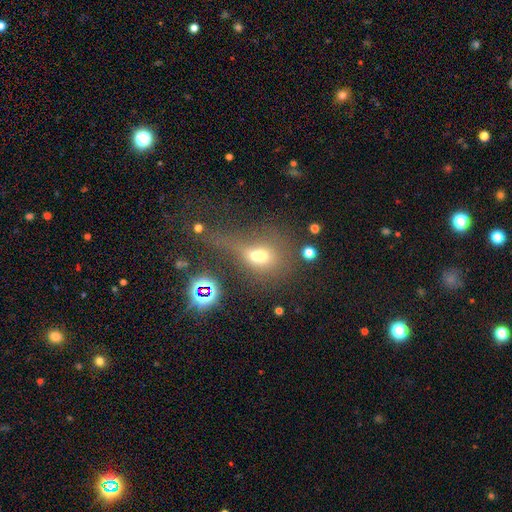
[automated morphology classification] A smooth galaxy with no disk features (52%) that is round (48%).

Vote fractions:
- Smooth or featured? smooth: 52% / star or artifact: 26% / featured or disk: 22%
- How rounded? round: 48% / in between: 46% / cigar-shaped: 6%
- Merging? merger: 34% / major disturbance: 26% / none: 26% / minor disturbance: 14%